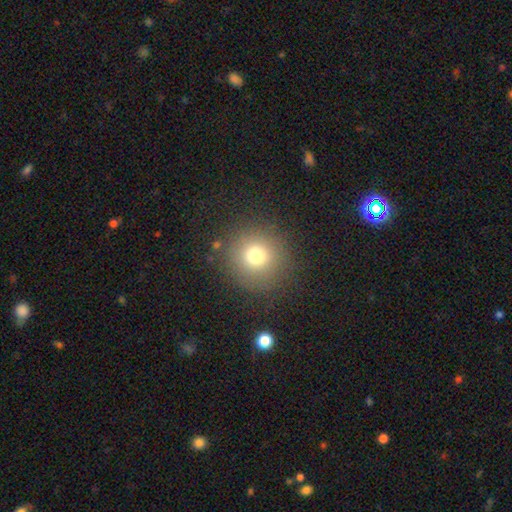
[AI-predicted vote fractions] Overall: smooth (73%). How rounded: round (94%). Merging: none (86%).